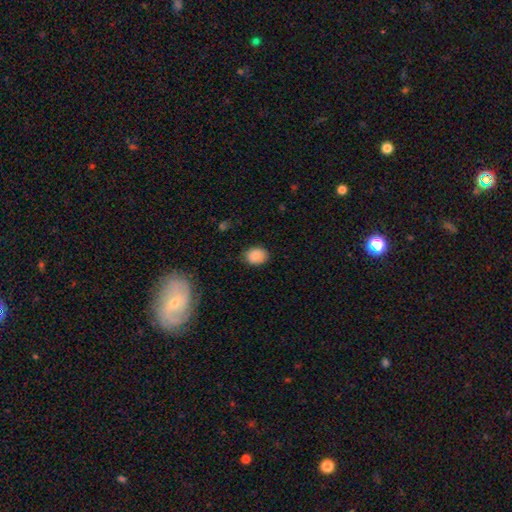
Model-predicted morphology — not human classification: smooth 87%, star or artifact 8%, featured or disk 5%. Down the decision tree: how rounded — in between (59%); merging — none (80%).